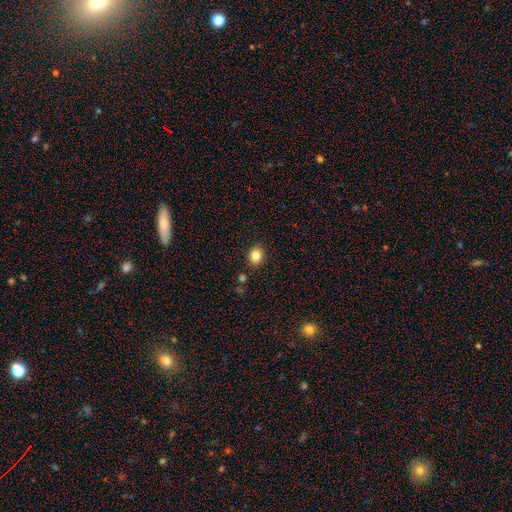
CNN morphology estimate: smooth 84%, star or artifact 10%, featured or disk 6%. Down the decision tree: how rounded — round (52%); merging — none (88%).